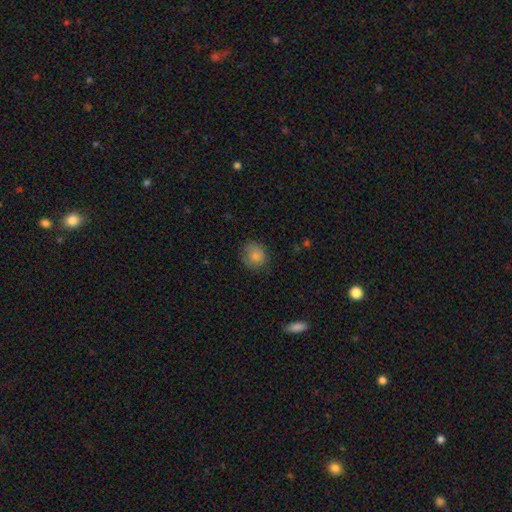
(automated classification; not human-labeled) smooth-or-featured: smooth: 82% | featured or disk: 9% | star or artifact: 9%
  how-rounded: round: 84% | in between: 15% | cigar-shaped: 1%
  merging: none: 76% | minor disturbance: 18% | major disturbance: 5% | merger: 1%